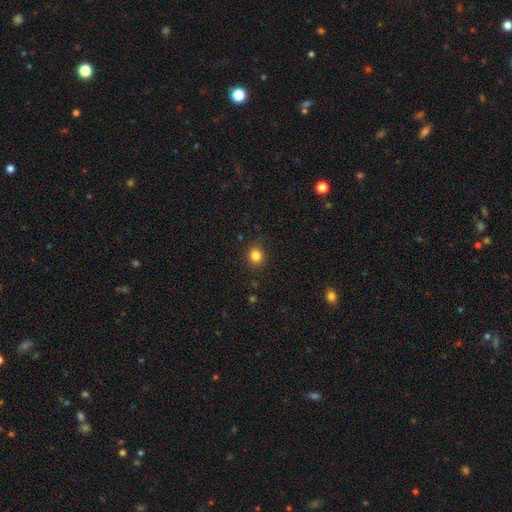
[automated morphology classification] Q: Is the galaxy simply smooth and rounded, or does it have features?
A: smooth — 83%.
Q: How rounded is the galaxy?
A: round — 78%.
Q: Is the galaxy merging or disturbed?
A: none — 87%.